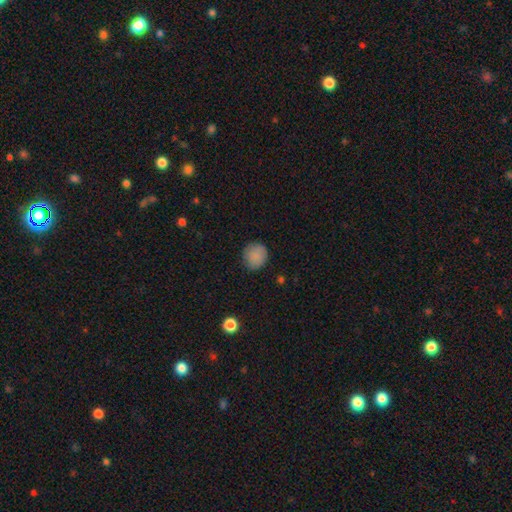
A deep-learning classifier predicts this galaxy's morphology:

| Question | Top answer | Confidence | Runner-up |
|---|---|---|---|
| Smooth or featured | smooth | 87% | star or artifact (8%) |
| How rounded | round | 86% | in between (13%) |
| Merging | none | 85% | minor disturbance (11%) |